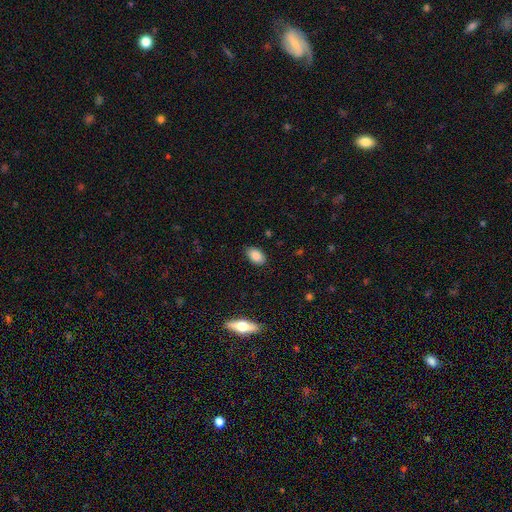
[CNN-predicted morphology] This appears to be a smooth galaxy with no disk features (86%) that is in between round and cigar-shaped (90%). Merging: none (86%).